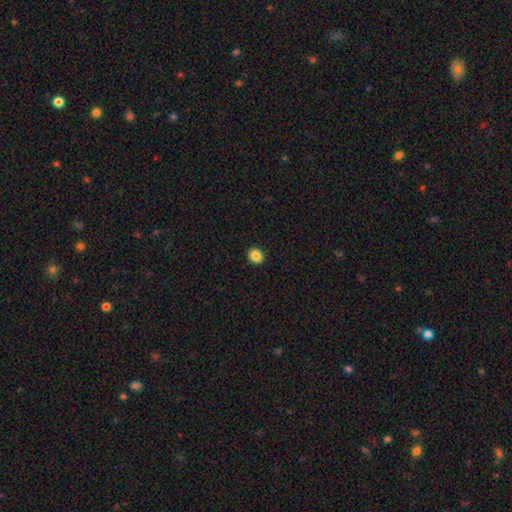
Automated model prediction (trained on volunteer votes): smooth 87%, star or artifact 10%, featured or disk 4%. Down the decision tree: how rounded — round (69%); merging — none (92%).